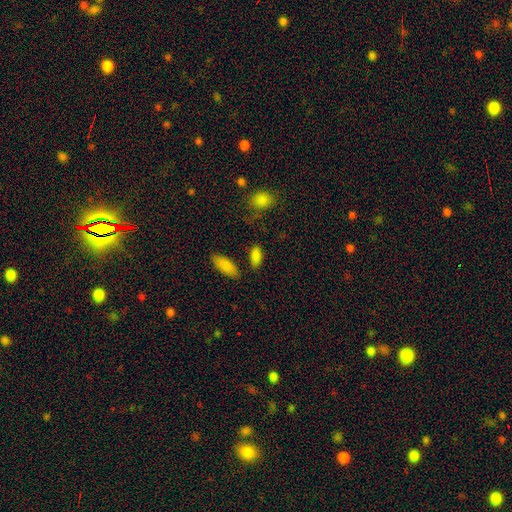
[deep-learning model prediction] Smooth or featured? Predicted: smooth (p=0.85). How rounded? Predicted: in between (p=0.86). Merging? Predicted: none (p=0.78).